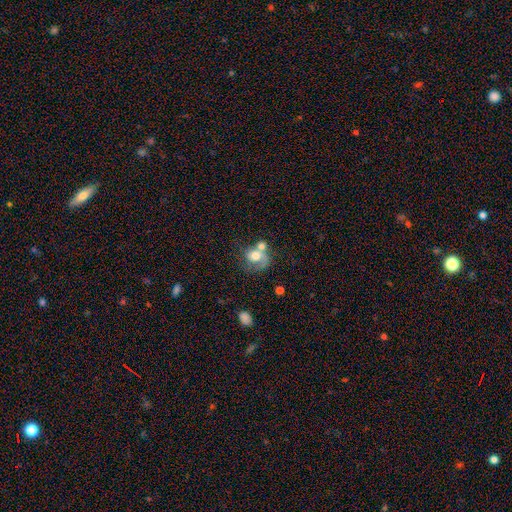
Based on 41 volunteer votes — Volunteers were most divided on "merging": minor disturbance: 45%, merger: 32%, none: 12%, major disturbance: 10%. More confident: edge-on disk — no (100%); bar — no (88%); spiral arms — no (67%); bulge size — large (67%); smooth or featured — featured or disk (59%).